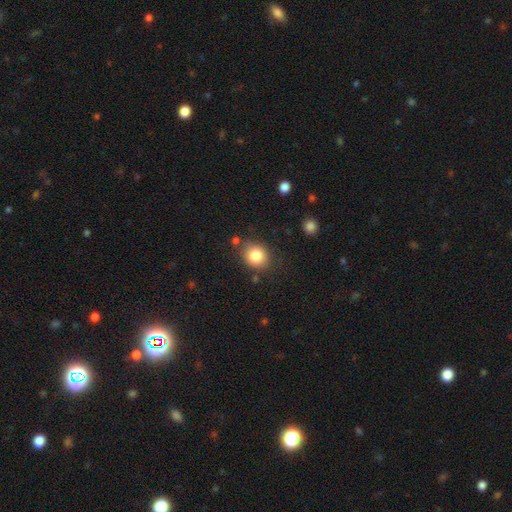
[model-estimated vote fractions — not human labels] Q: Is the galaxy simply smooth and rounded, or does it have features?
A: smooth — 83%.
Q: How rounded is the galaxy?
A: round — 73%.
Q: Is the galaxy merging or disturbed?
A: none — 80%.